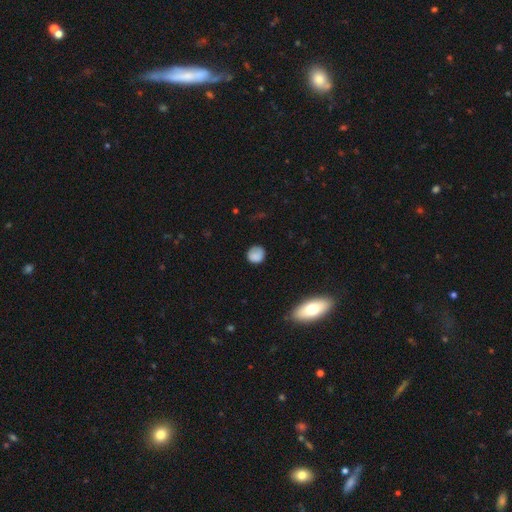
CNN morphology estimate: type=smooth (83%); roundness=round (86%); merging=none (75%).